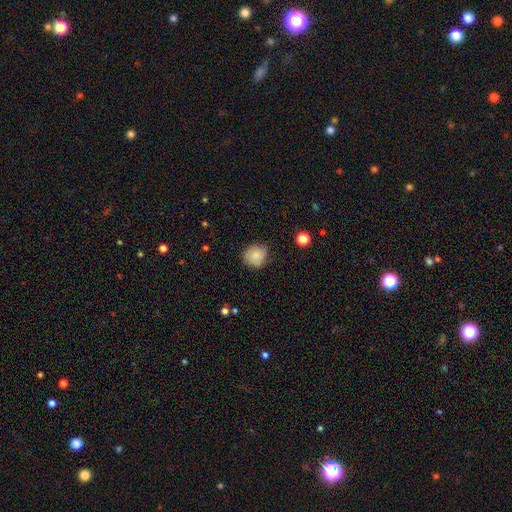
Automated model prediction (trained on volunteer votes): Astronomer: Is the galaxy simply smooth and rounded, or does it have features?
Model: smooth — 84%.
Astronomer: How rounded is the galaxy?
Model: round — 87%.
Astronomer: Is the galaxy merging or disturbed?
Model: none — 79%.